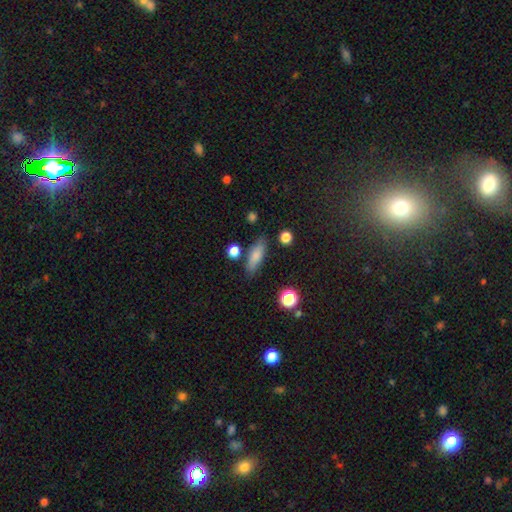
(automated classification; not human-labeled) Smooth or featured? Predicted: smooth (p=0.79). How rounded? Predicted: in between (p=0.58). Merging? Predicted: none (p=0.79).